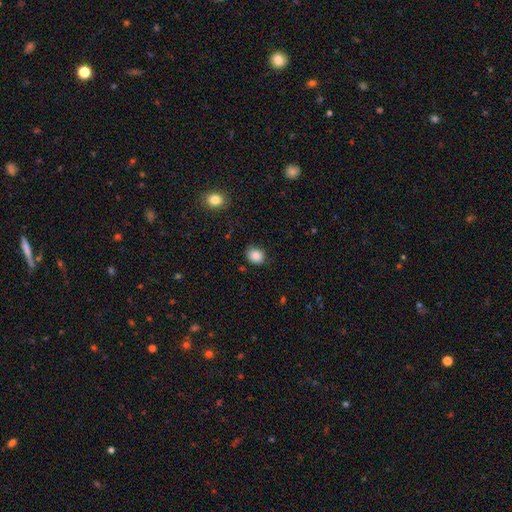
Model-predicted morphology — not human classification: Smooth or featured? Predicted: smooth (p=0.87). How rounded? Predicted: round (p=0.60). Merging? Predicted: none (p=0.83).